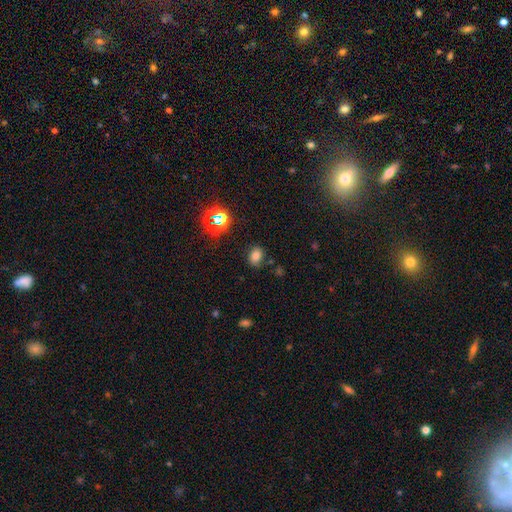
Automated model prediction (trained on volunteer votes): Smooth or featured? smooth (71%)
How rounded? in between (67%)
Merging? none (77%)